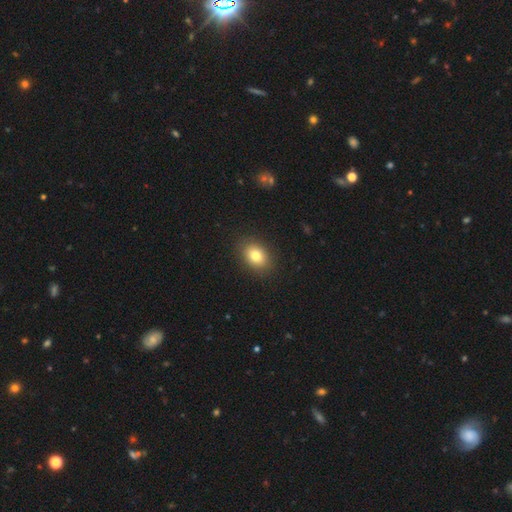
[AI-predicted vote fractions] Smooth or featured?
  - smooth: 81% *
  - star or artifact: 10%
  - featured or disk: 9%
How rounded?
  - in between: 72% *
  - round: 27%
  - cigar-shaped: 1%
Merging?
  - none: 88% *
  - minor disturbance: 8%
  - major disturbance: 2%
  - merger: 1%